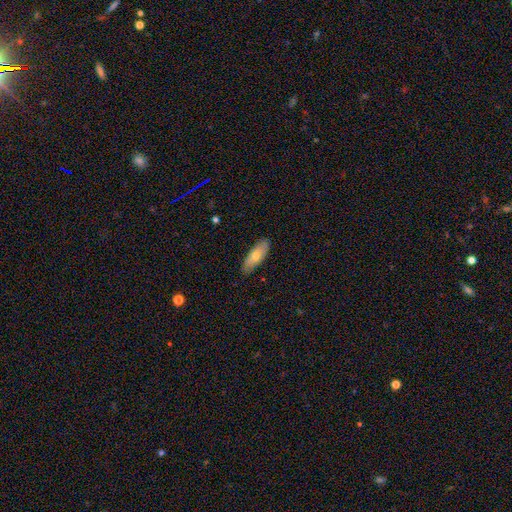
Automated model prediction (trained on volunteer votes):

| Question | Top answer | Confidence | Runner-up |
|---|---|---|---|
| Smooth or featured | smooth | 66% | featured or disk (28%) |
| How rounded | in between | 60% | cigar-shaped (37%) |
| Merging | none | 86% | minor disturbance (11%) |